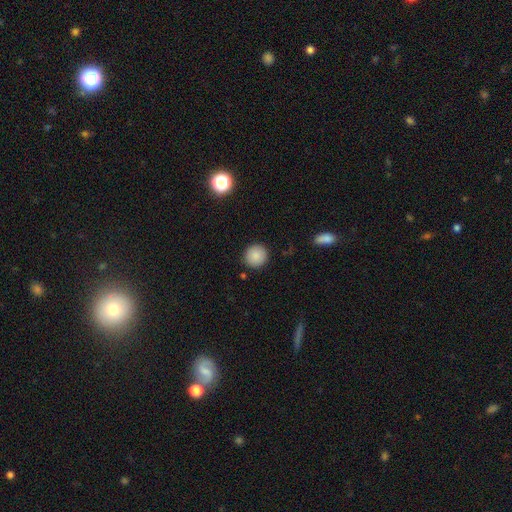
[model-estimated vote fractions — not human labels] Smooth or featured? Predicted: smooth (p=0.87). How rounded? Predicted: round (p=0.94). Merging? Predicted: none (p=0.91).